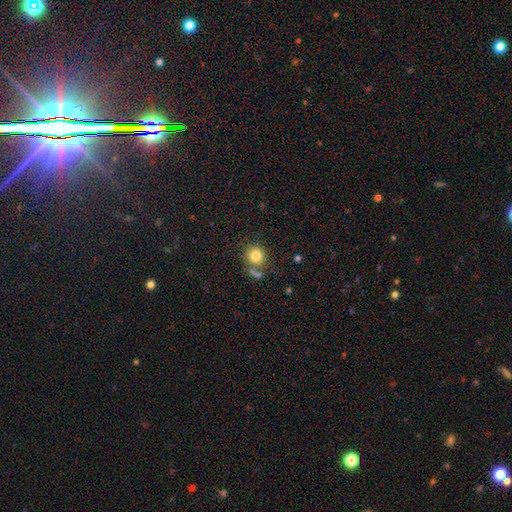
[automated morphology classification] A smooth galaxy with no disk features (81%) that is round (88%).

Vote fractions:
- Smooth or featured? smooth: 81% / star or artifact: 11% / featured or disk: 8%
- How rounded? round: 88% / in between: 11% / cigar-shaped: 1%
- Merging? none: 67% / merger: 16% / minor disturbance: 12% / major disturbance: 5%